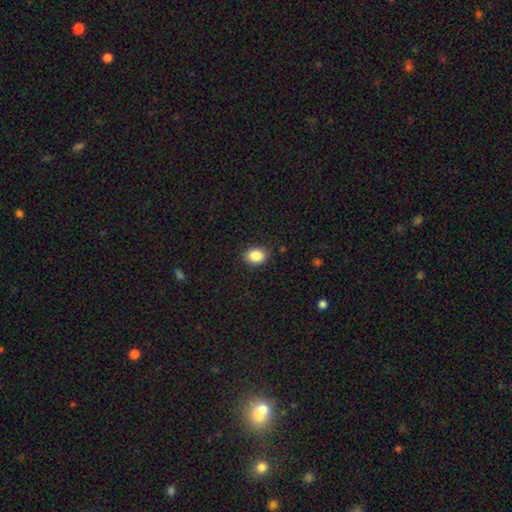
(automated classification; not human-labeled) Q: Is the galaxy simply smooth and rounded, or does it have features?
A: smooth — 86%.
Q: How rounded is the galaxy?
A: in between — 61%.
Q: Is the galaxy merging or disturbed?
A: none — 86%.